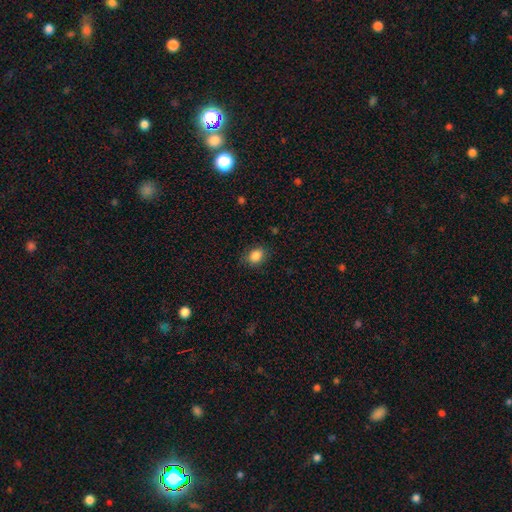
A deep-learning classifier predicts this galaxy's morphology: Q: Smooth or featured?
A: smooth (87%); runner-up: star or artifact (10%)
Q: How rounded?
A: in between (57%); runner-up: round (42%)
Q: Merging?
A: none (82%); runner-up: minor disturbance (14%)